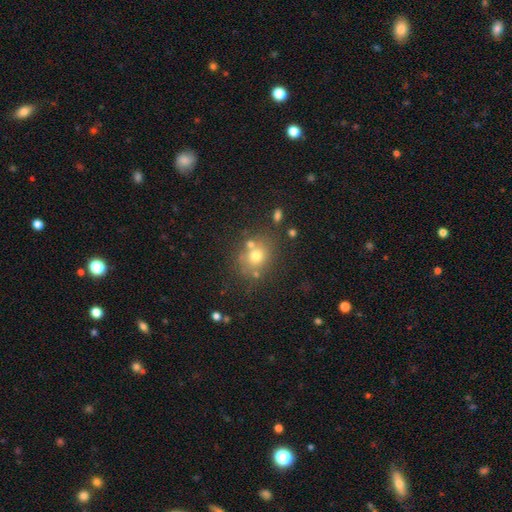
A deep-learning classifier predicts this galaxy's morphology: A smooth galaxy with no disk features (69%) that is round (70%). Merging: none (68%).